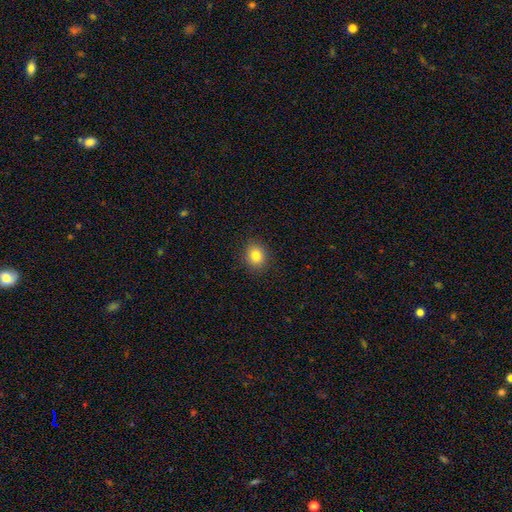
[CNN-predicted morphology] A smooth galaxy with no disk features (82%) that is round (79%). Merging: none (90%).